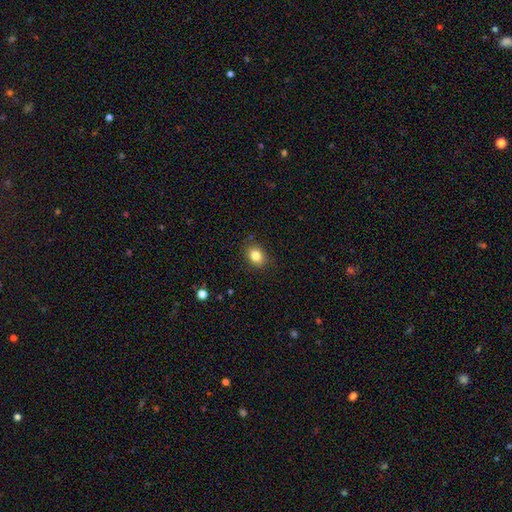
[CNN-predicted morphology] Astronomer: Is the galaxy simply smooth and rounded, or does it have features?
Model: smooth — 83%.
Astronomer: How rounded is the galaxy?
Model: in between — 51% (runner-up: round, 48%).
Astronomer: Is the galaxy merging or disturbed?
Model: none — 87%.